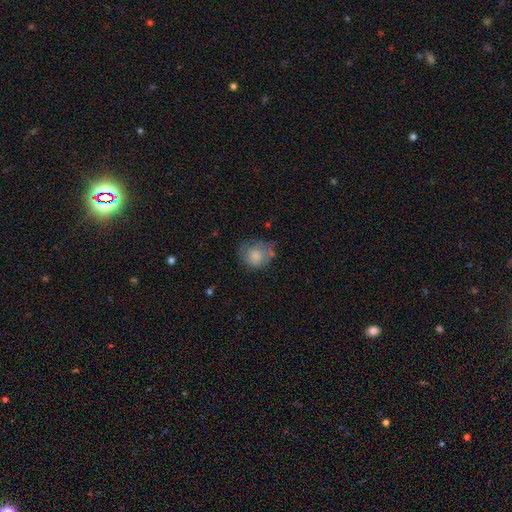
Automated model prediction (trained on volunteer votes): Overall: smooth (76%). How rounded: round (72%). Merging: none (44%; minor disturbance 32%).